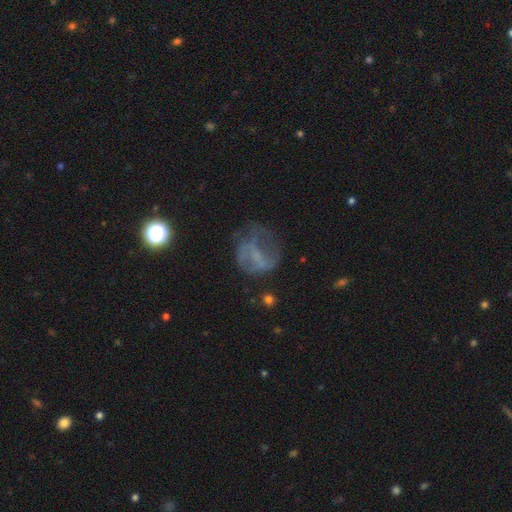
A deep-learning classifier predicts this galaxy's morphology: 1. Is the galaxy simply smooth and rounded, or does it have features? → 50% featured or disk, 31% smooth, 19% star or artifact.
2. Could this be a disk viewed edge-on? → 97% no, 3% yes.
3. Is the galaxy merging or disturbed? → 45% none, 31% major disturbance, 21% minor disturbance, 3% merger.